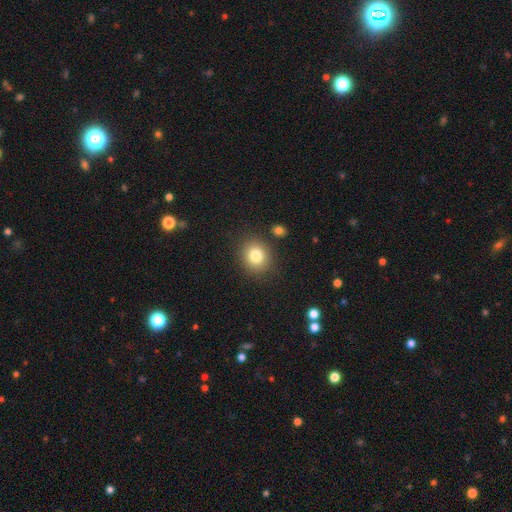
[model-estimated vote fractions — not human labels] Smooth or featured? Predicted: smooth (p=0.81). How rounded? Predicted: round (p=0.79). Merging? Predicted: none (p=0.86).